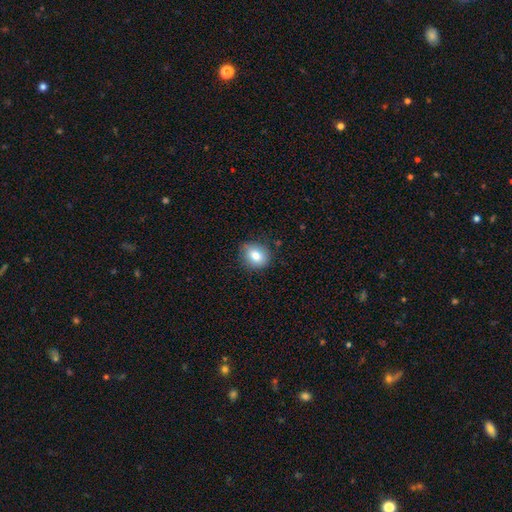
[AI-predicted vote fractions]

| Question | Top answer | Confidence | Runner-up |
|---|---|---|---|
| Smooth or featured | smooth | 81% | star or artifact (10%) |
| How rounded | round | 66% | in between (33%) |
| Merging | none | 83% | minor disturbance (13%) |